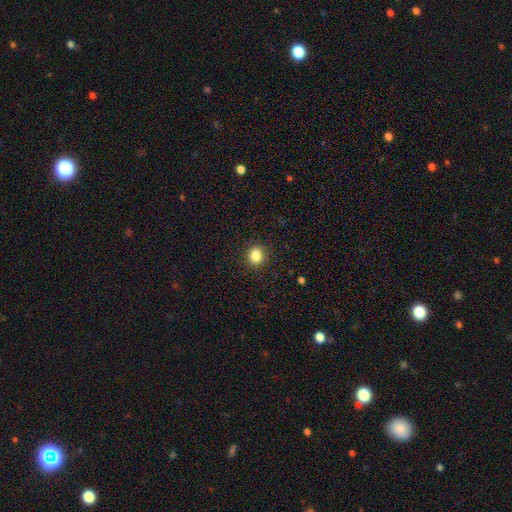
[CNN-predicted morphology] A smooth galaxy with no disk features (85%) that is round (69%). Merging: none (90%).